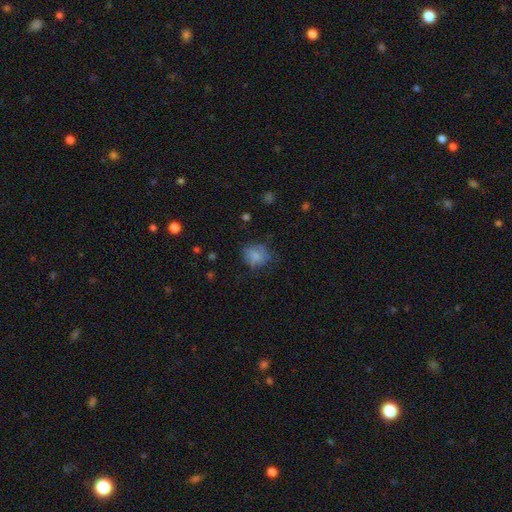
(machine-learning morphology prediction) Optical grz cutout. It shows a smooth galaxy with no disk features (74%) that is round (61%). Merging: none (59%).